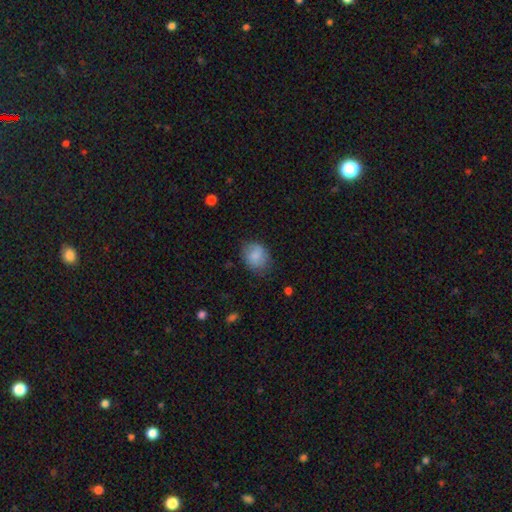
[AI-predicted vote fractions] smooth 83%, featured or disk 10%, star or artifact 7%. Down the decision tree: how rounded — round (51%); merging — none (71%).